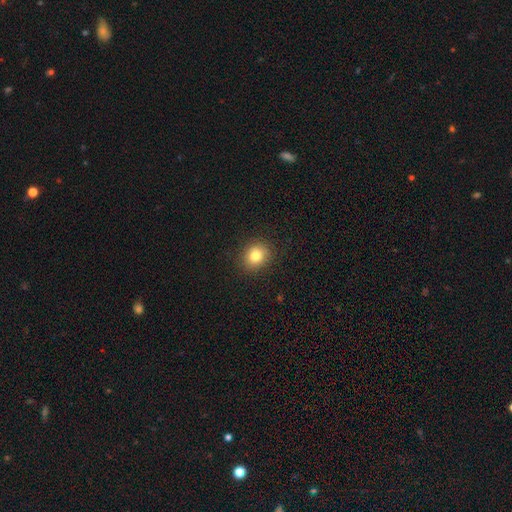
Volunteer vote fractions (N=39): This appears to be a smooth galaxy with no disk features (79%) that is in between round and cigar-shaped (55%). Merging: none (91%).